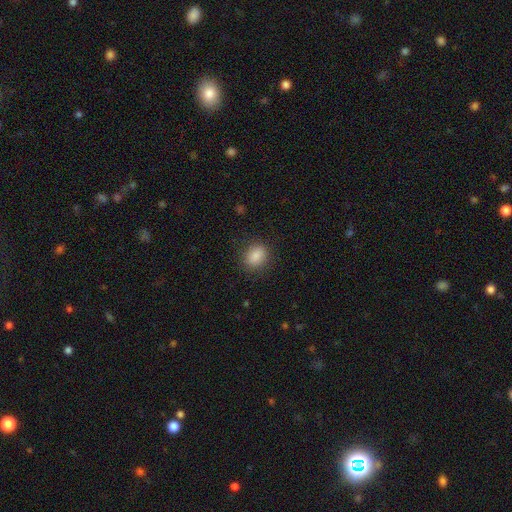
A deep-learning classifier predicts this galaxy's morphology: A smooth galaxy with no disk features (85%) that is round (51%). Merging: none (86%).